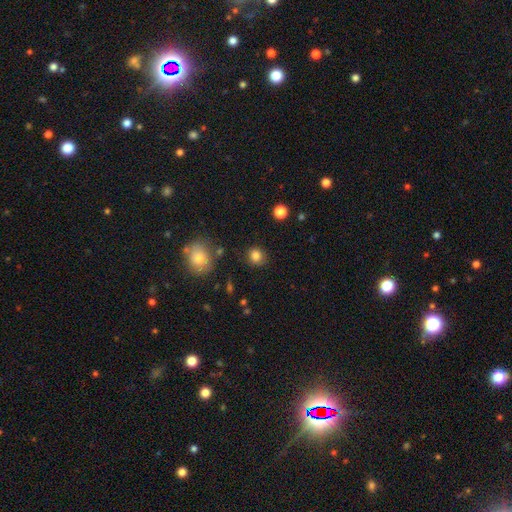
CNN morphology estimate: smooth_or_featured: smooth (p=0.84) [alt: star or artifact p=0.12]
how_rounded: round (p=0.80) [alt: in between p=0.19]
merging: none (p=0.84) [alt: minor disturbance p=0.10]